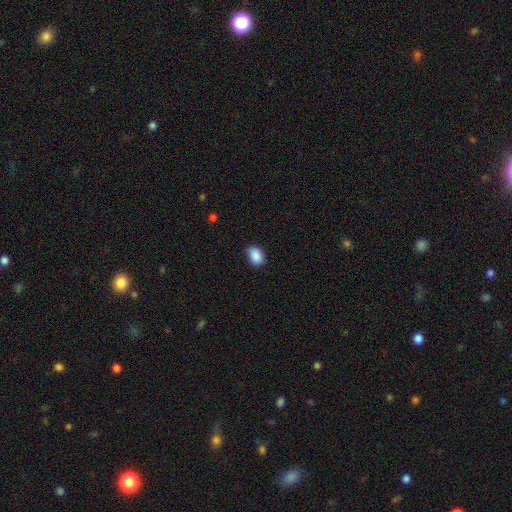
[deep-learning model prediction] This appears to be a smooth galaxy with no disk features (89%) that is in between round and cigar-shaped (75%). Merging: none (79%).